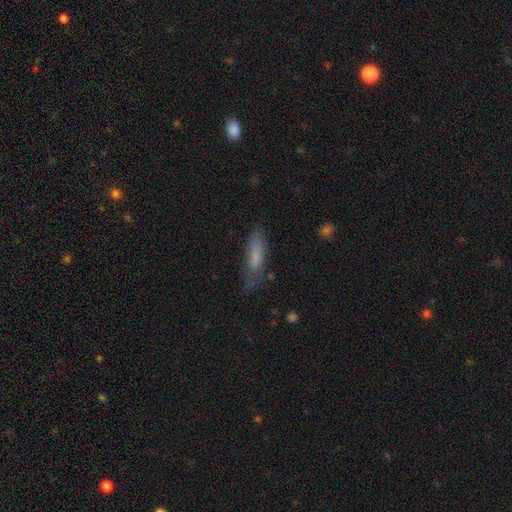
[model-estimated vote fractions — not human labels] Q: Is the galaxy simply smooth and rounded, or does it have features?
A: smooth — 70%.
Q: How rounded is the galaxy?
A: cigar-shaped — 69%.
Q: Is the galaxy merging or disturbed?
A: none — 65%.